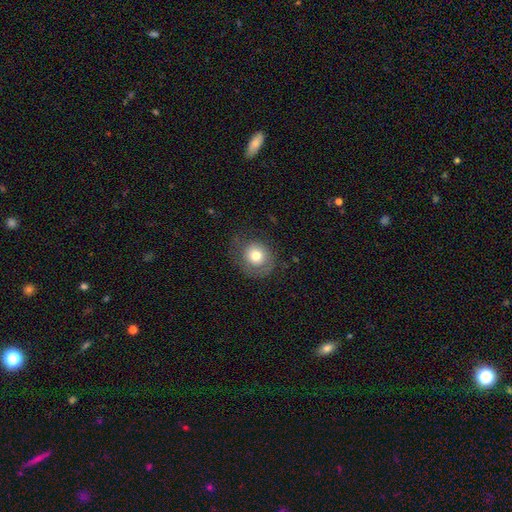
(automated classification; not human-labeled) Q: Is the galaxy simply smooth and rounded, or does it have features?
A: smooth — 68%.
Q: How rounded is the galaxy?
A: round — 84%.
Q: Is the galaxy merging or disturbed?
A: none — 65%.